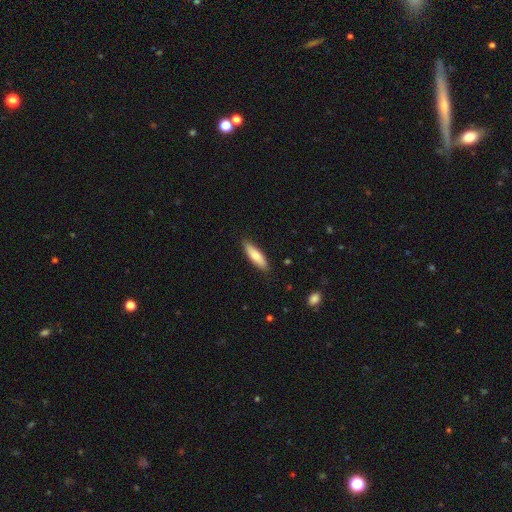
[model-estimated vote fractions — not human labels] A smooth galaxy with no disk features (77%) that is cigar-shaped (59%). Merging: none (85%).